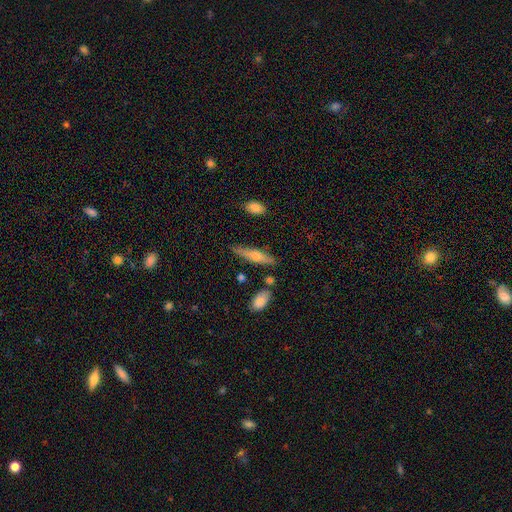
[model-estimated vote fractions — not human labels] smooth_or_featured: featured or disk (p=0.50) [alt: smooth p=0.42]
merging: none (p=0.79) [alt: minor disturbance p=0.13]